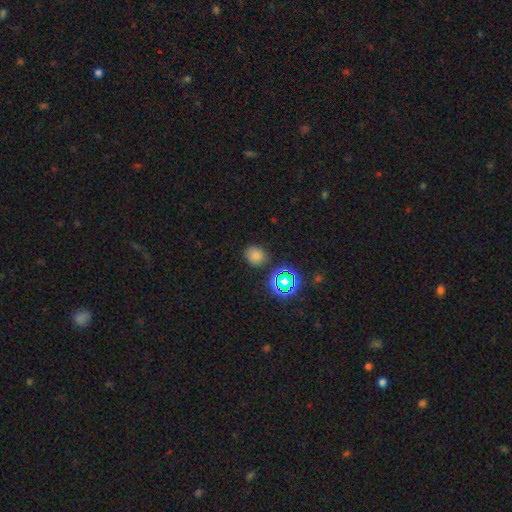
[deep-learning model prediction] Q: Smooth or featured?
A: smooth (72%); runner-up: star or artifact (22%)
Q: How rounded?
A: round (66%); runner-up: in between (33%)
Q: Merging?
A: none (83%); runner-up: minor disturbance (11%)